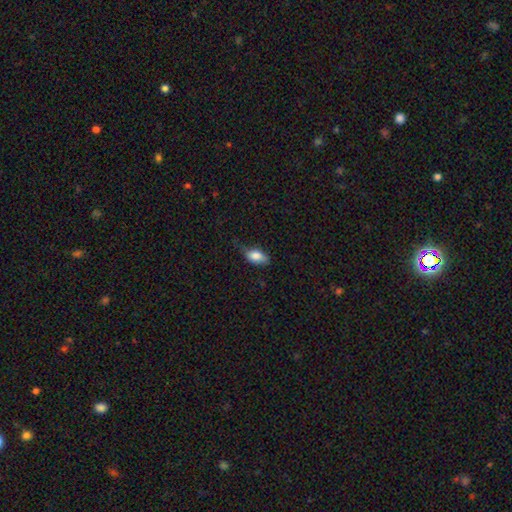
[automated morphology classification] This is clearly a smooth galaxy (82%). How rounded: clearly in between (89%). Merging: possibly none (53%).